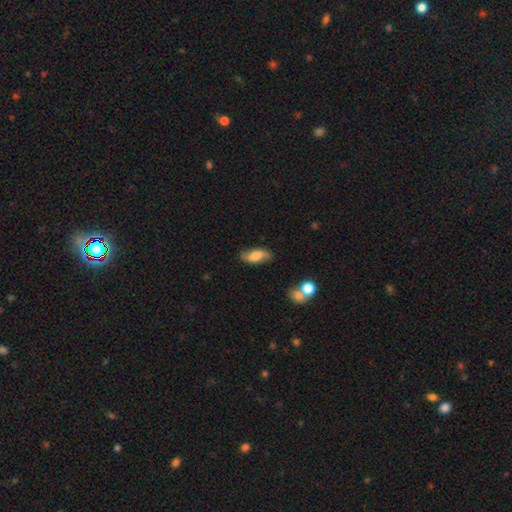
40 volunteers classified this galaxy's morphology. Q: Smooth or featured?
A: smooth (65%); runner-up: featured or disk (28%)
Q: How rounded?
A: in between (81%); runner-up: cigar-shaped (15%)
Q: Merging?
A: none (76%); runner-up: minor disturbance (16%)